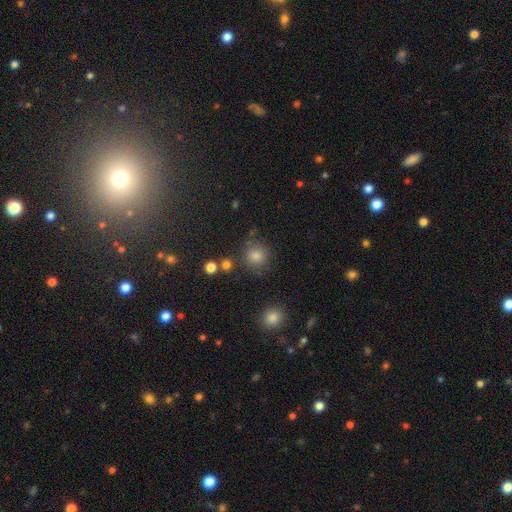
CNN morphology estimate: smooth_or_featured: smooth (p=0.77) [alt: star or artifact p=0.17]
how_rounded: round (p=0.91) [alt: in between p=0.08]
merging: none (p=0.80) [alt: minor disturbance p=0.10]